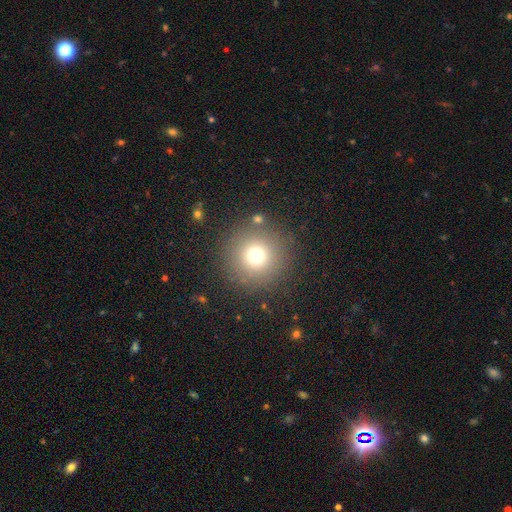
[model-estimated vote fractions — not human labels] This is likely a smooth galaxy (72%). How rounded: clearly round (97%). Merging: clearly none (86%).